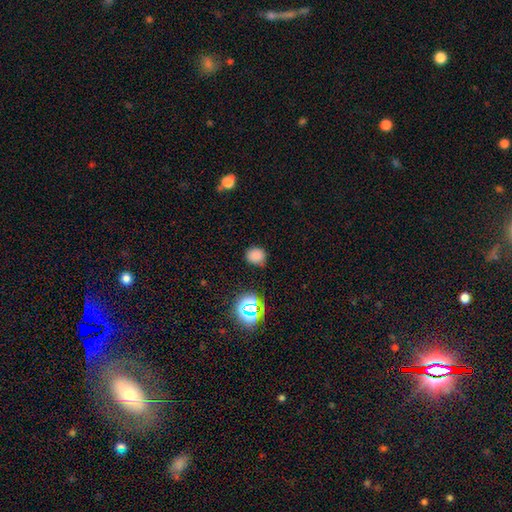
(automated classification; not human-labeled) Smooth or featured? Predicted: smooth (p=0.76). How rounded? Predicted: round (p=0.75). Merging? Predicted: none (p=0.81).